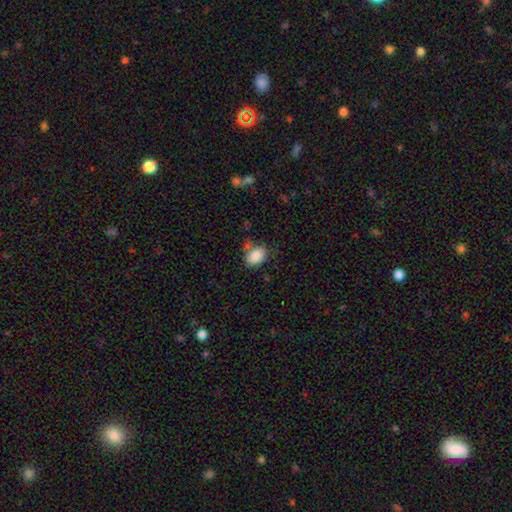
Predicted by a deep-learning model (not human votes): Overall: smooth (85%). How rounded: in between (80%). Merging: none (61%; minor disturbance 22%).